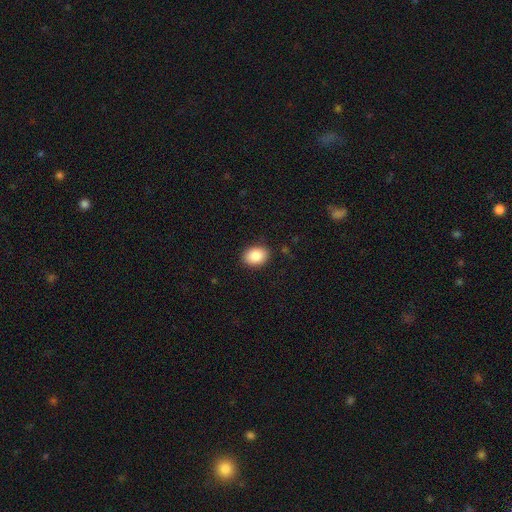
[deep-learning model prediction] This appears to be a smooth galaxy with no disk features (88%) that is in between round and cigar-shaped (71%). Merging: none (88%).